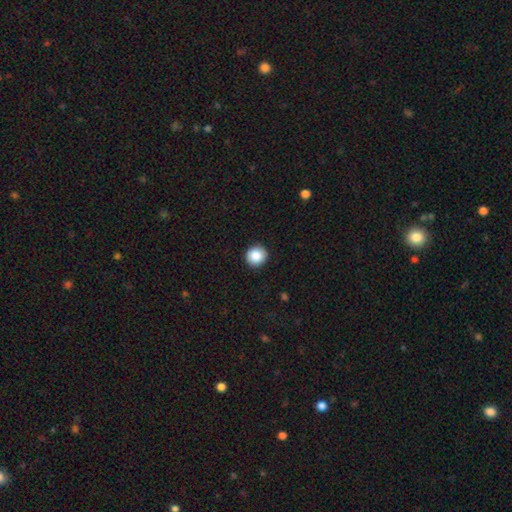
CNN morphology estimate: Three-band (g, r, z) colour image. It shows a smooth galaxy with no disk features (88%) that is round (93%). Merging: none (92%).